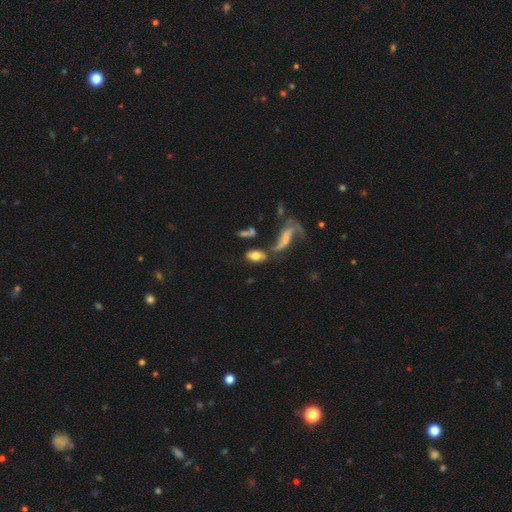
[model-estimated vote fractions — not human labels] Smooth or featured?
  - smooth: 67% *
  - featured or disk: 24%
  - star or artifact: 9%
How rounded?
  - in between: 88% *
  - cigar-shaped: 6%
  - round: 5%
Merging?
  - none: 47% *
  - merger: 25%
  - minor disturbance: 16%
  - major disturbance: 12%